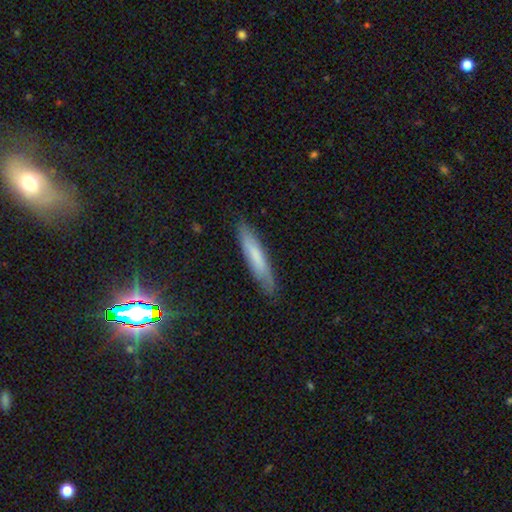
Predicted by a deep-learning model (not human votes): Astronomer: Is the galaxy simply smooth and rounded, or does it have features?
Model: smooth — 66%.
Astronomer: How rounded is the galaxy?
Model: cigar-shaped — 88%.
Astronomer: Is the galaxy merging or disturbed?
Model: none — 84%.